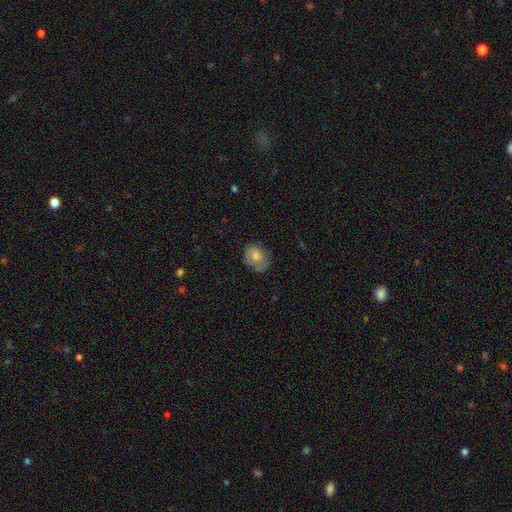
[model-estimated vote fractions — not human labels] Smooth or featured?
  - smooth: 66% *
  - featured or disk: 25%
  - star or artifact: 9%
How rounded?
  - round: 51% *
  - in between: 48%
  - cigar-shaped: 1%
Merging?
  - none: 66% *
  - minor disturbance: 24%
  - major disturbance: 9%
  - merger: 1%